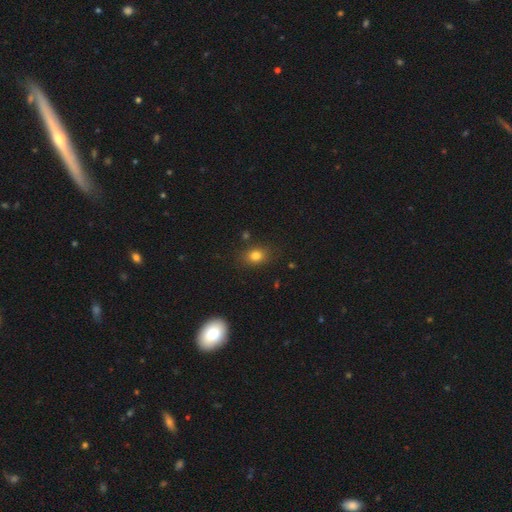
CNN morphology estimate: Smooth or featured?
  - smooth: 80% *
  - star or artifact: 13%
  - featured or disk: 7%
How rounded?
  - in between: 54% *
  - round: 45%
  - cigar-shaped: 1%
Merging?
  - none: 84% *
  - minor disturbance: 11%
  - major disturbance: 3%
  - merger: 2%